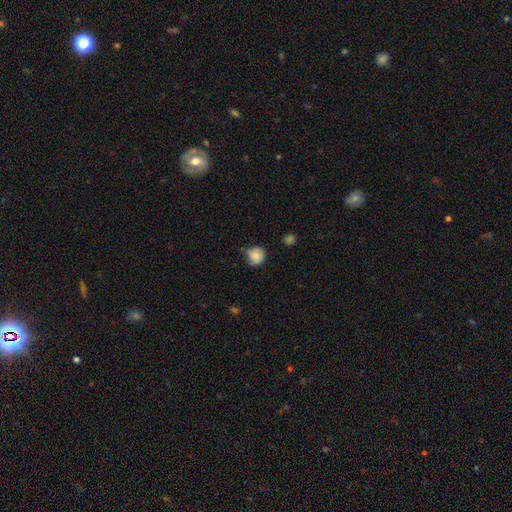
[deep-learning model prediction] Smooth or featured? smooth (81%)
How rounded? round (83%)
Merging? none (59%)